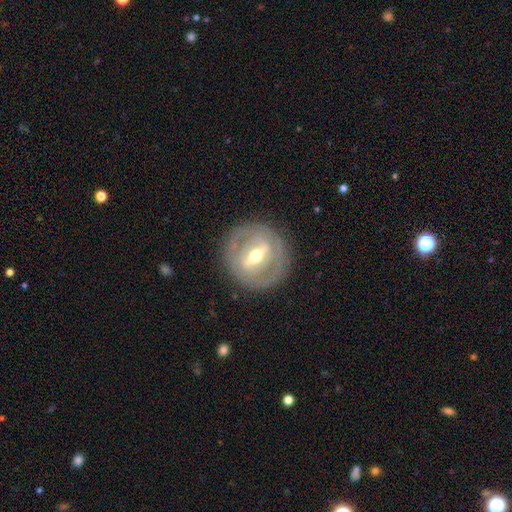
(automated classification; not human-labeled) Smooth or featured? featured or disk (79%)
Edge-on disk? no (91%)
Bar? strong (64%)
Spiral arms? no (53%)
Bulge size? moderate (70%)
Merging? none (84%)